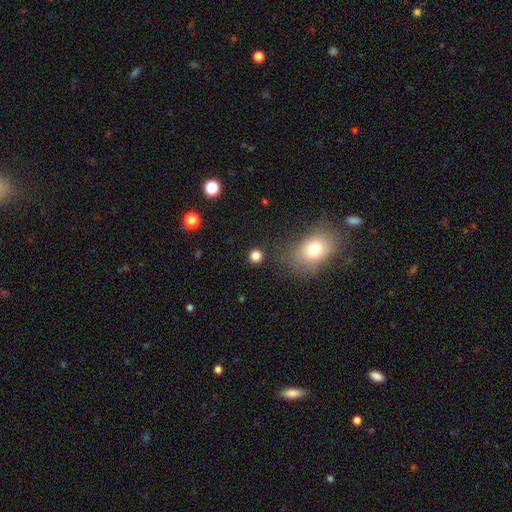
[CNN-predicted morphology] This appears to be a smooth galaxy with no disk features (82%) that is round (89%). Merging: none (87%).